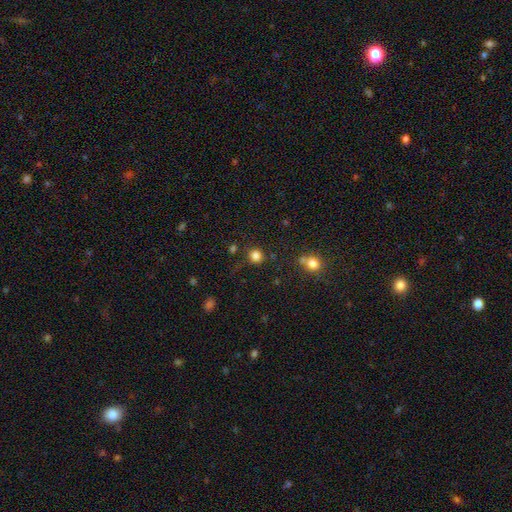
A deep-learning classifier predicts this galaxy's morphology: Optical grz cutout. It shows a smooth galaxy with no disk features (82%) that is round (89%). Merging: none (83%).